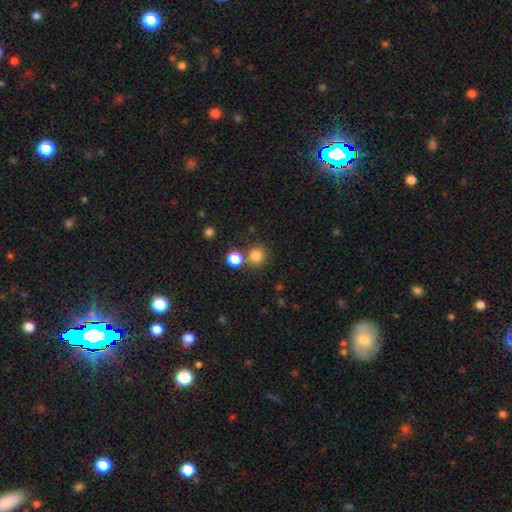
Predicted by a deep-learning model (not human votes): This appears to be a smooth galaxy with no disk features (82%) that is round (92%). Merging: none (72%).